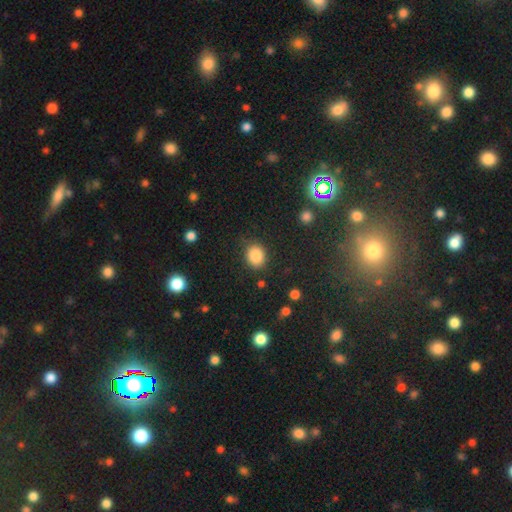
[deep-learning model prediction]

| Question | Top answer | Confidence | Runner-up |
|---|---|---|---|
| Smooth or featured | smooth | 85% | star or artifact (9%) |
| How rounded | round | 56% | in between (43%) |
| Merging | none | 81% | minor disturbance (13%) |